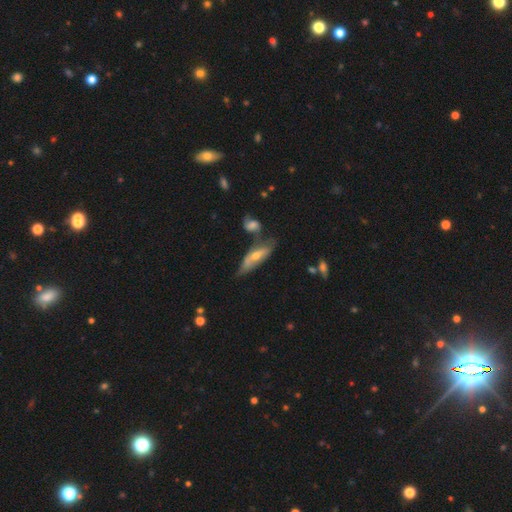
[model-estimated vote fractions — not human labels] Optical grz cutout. It shows a featured or disk galaxy (49%). Merging: none (45%).